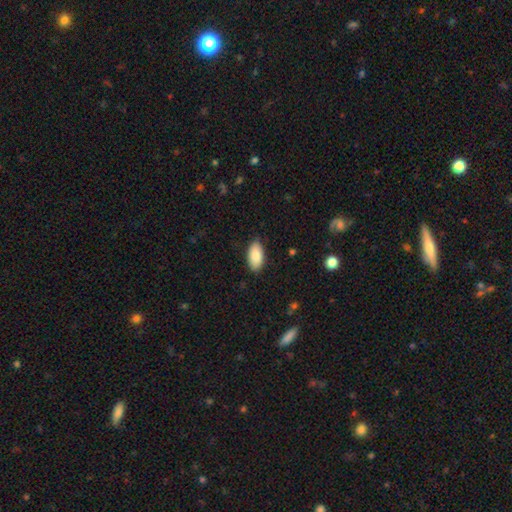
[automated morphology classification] smooth 88%, star or artifact 6%, featured or disk 6%. Down the decision tree: how rounded — in between (94%); merging — none (86%).